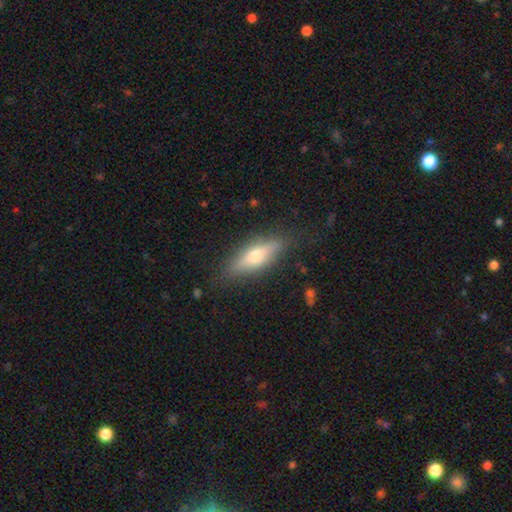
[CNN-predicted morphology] Smooth or featured: featured or disk — 50% (smooth — 43%)
Edge-on disk: yes — 88% (no — 12%)
Merging: none — 84% (minor disturbance — 12%)